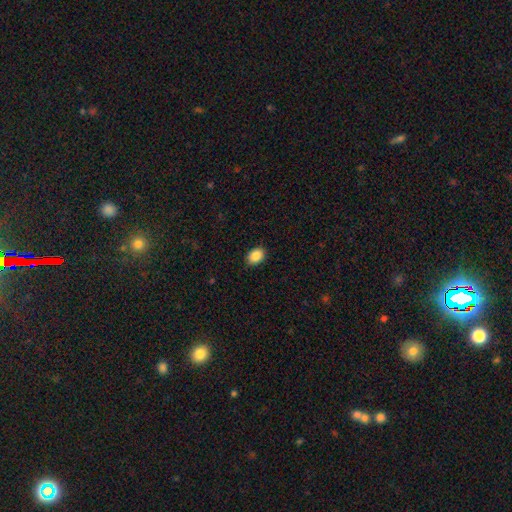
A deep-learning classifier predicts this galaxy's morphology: smooth_or_featured: smooth (p=0.89) [alt: star or artifact p=0.08]
how_rounded: in between (p=0.76) [alt: round p=0.23]
merging: none (p=0.89) [alt: minor disturbance p=0.08]